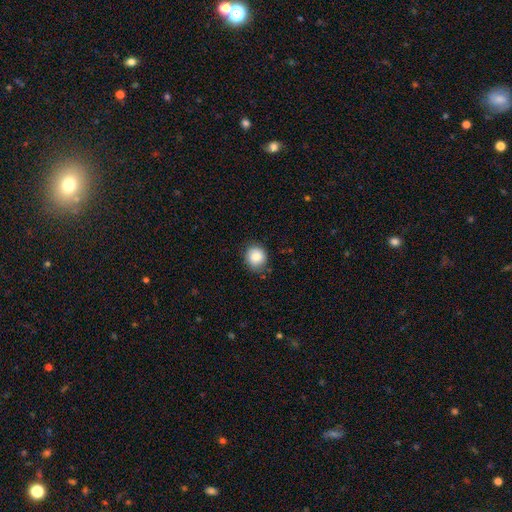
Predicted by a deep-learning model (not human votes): Morphology: type=smooth (83%); roundness=round (80%); merging=none (80%).